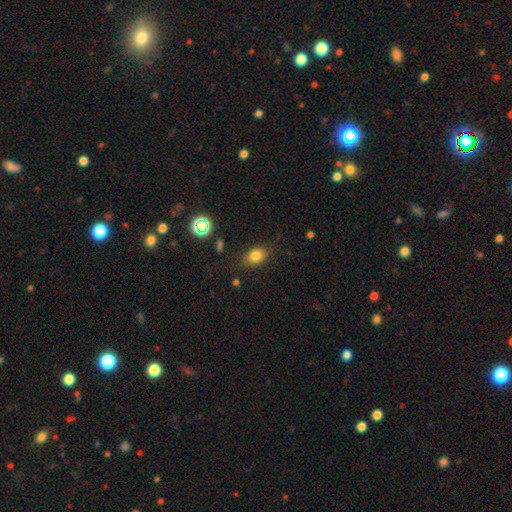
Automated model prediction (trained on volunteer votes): The model was most divided on "how rounded": in between: 71%, round: 27%, cigar-shaped: 2%. More confident: smooth or featured — smooth (79%); merging — none (76%).